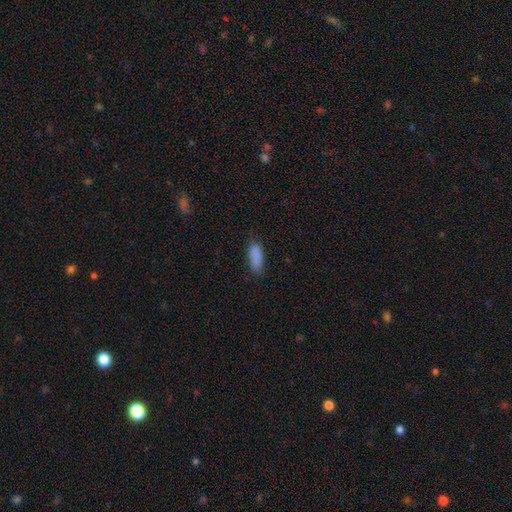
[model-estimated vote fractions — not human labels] Smooth or featured?
  - smooth: 87% *
  - star or artifact: 7%
  - featured or disk: 5%
How rounded?
  - in between: 69% *
  - cigar-shaped: 29%
  - round: 2%
Merging?
  - none: 76% *
  - minor disturbance: 19%
  - major disturbance: 4%
  - merger: 1%